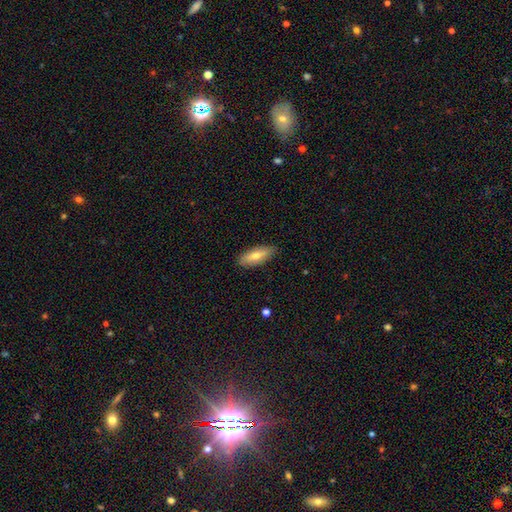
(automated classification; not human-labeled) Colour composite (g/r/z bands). It shows a smooth galaxy with no disk features (64%) that is in between round and cigar-shaped (69%). Merging: none (87%).